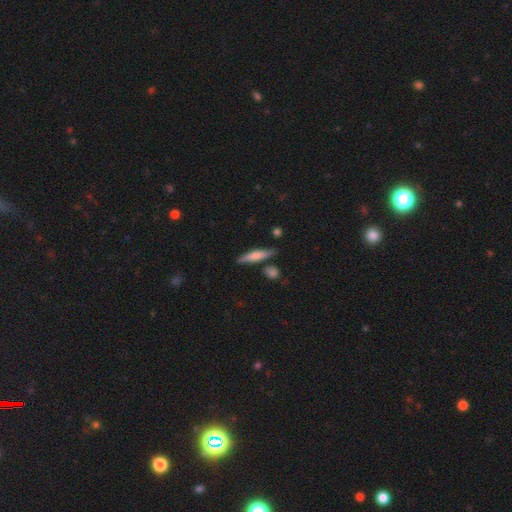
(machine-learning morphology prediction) smooth_or_featured: smooth (p=0.57) [alt: featured or disk p=0.36]
how_rounded: cigar-shaped (p=0.81) [alt: in between p=0.17]
merging: none (p=0.80) [alt: minor disturbance p=0.11]